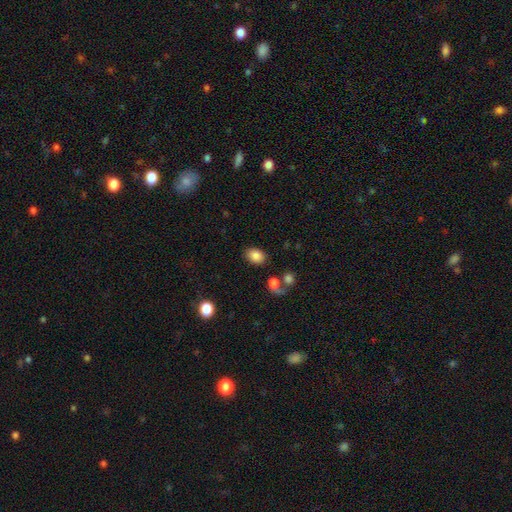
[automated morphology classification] Smooth or featured?
  - smooth: 84% *
  - star or artifact: 9%
  - featured or disk: 7%
How rounded?
  - in between: 73% *
  - round: 26%
  - cigar-shaped: 1%
Merging?
  - none: 80% *
  - minor disturbance: 10%
  - merger: 6%
  - major disturbance: 4%